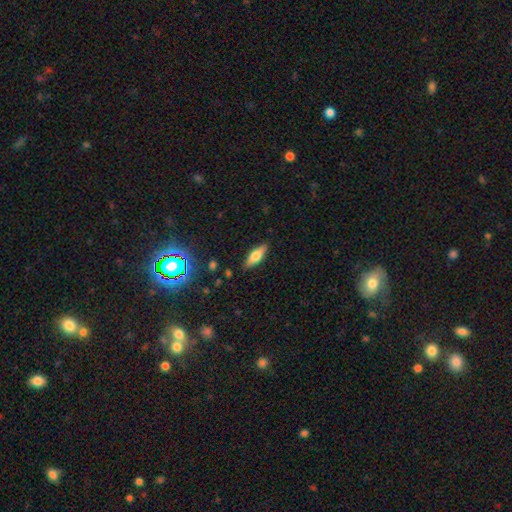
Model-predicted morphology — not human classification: A smooth galaxy with no disk features (59%) that is in between round and cigar-shaped (55%). Merging: none (87%).